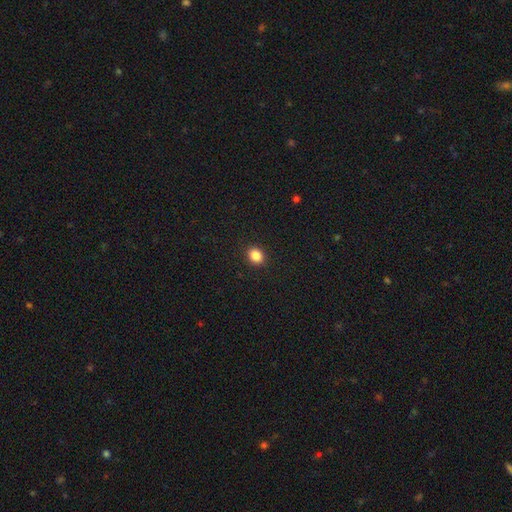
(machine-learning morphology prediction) Smooth or featured?
  - smooth: 87% *
  - star or artifact: 10%
  - featured or disk: 3%
How rounded?
  - round: 55% *
  - in between: 44%
  - cigar-shaped: 1%
Merging?
  - none: 91% *
  - minor disturbance: 6%
  - major disturbance: 2%
  - merger: 1%